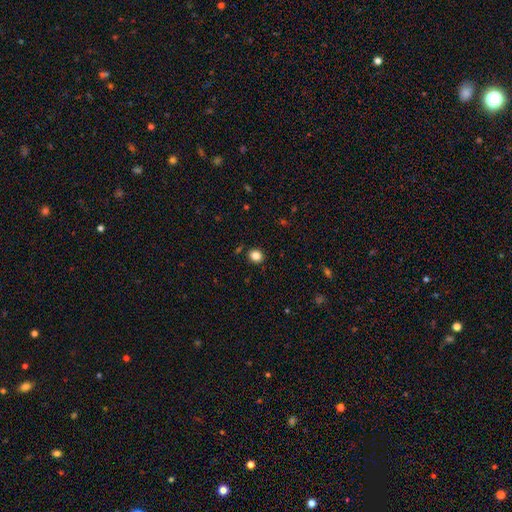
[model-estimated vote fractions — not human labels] This appears to be a smooth galaxy with no disk features (84%) that is round (70%). Merging: none (88%).